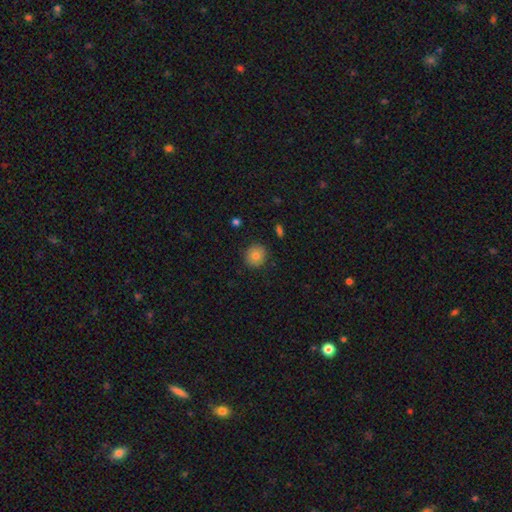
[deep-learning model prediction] Smooth or featured: smooth — 80% (featured or disk — 10%)
How rounded: round — 88% (in between — 11%)
Merging: none — 87% (minor disturbance — 10%)